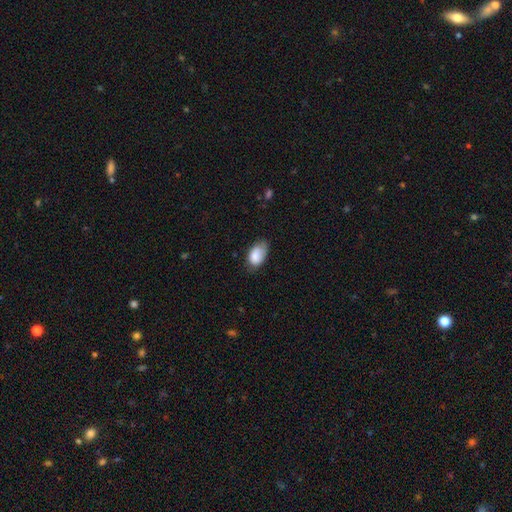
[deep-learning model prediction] Smooth or featured?
  - smooth: 84% *
  - featured or disk: 9%
  - star or artifact: 7%
How rounded?
  - in between: 93% *
  - round: 5%
  - cigar-shaped: 1%
Merging?
  - none: 59% *
  - minor disturbance: 33%
  - major disturbance: 7%
  - merger: 1%